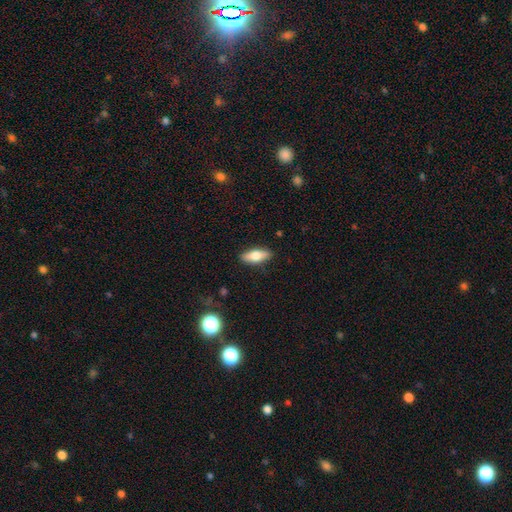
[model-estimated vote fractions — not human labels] Q: Smooth or featured?
A: smooth (71%); runner-up: featured or disk (23%)
Q: How rounded?
A: in between (71%); runner-up: cigar-shaped (27%)
Q: Merging?
A: none (89%); runner-up: minor disturbance (8%)